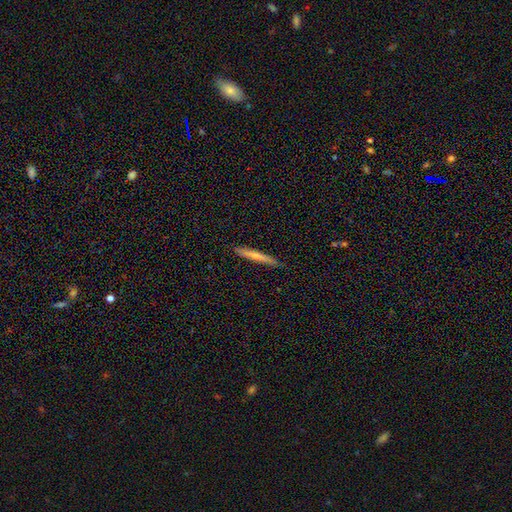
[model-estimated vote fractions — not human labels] smooth_or_featured: smooth (p=0.63) [alt: featured or disk p=0.30]
how_rounded: cigar-shaped (p=0.95) [alt: in between p=0.03]
merging: none (p=0.85) [alt: minor disturbance p=0.12]